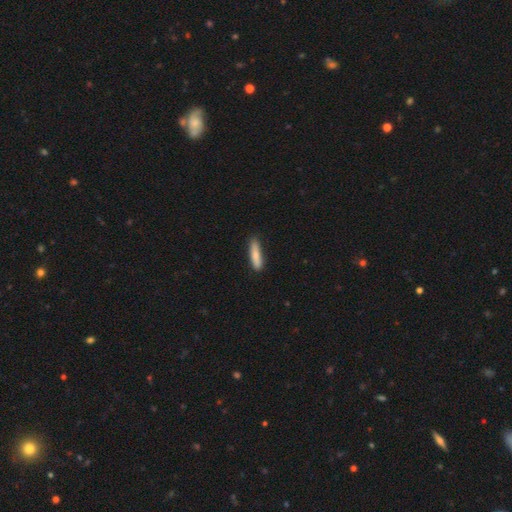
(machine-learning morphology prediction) Smooth or featured? smooth (77%)
How rounded? cigar-shaped (81%)
Merging? none (83%)